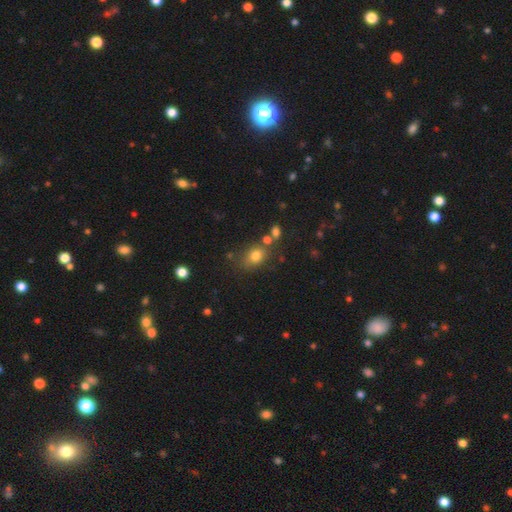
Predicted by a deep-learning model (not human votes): The model was most divided on "how rounded": in between: 57%, round: 41%, cigar-shaped: 2%. More confident: smooth or featured — smooth (77%); merging — none (66%).